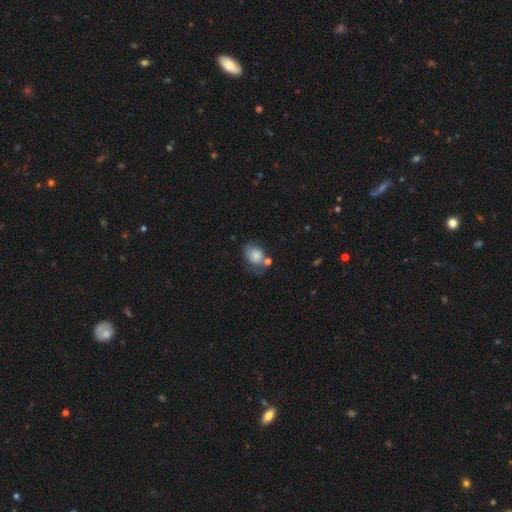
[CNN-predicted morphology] Smooth or featured?
  - smooth: 62% *
  - featured or disk: 29%
  - star or artifact: 9%
How rounded?
  - in between: 53% *
  - round: 46%
  - cigar-shaped: 1%
Merging?
  - none: 41% *
  - minor disturbance: 27%
  - major disturbance: 17%
  - merger: 15%